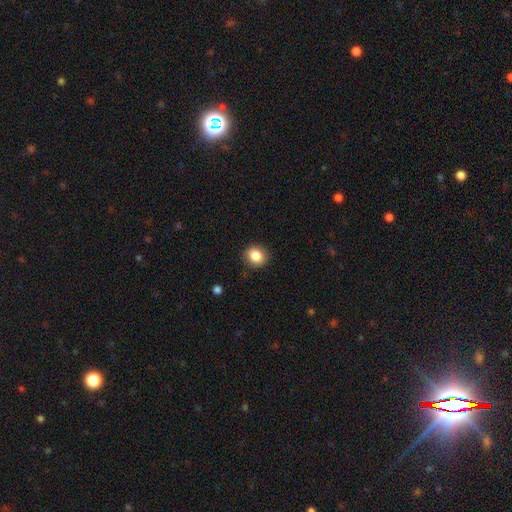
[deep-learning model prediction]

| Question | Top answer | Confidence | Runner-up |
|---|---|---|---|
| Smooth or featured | smooth | 85% | star or artifact (10%) |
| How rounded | round | 72% | in between (28%) |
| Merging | none | 88% | minor disturbance (8%) |